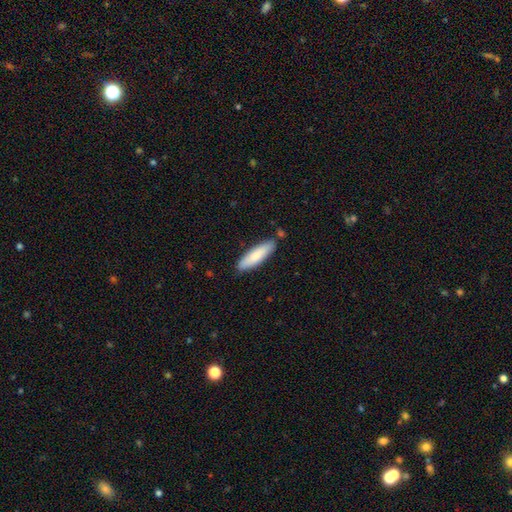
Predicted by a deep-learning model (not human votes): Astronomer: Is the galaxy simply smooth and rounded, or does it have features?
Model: smooth — 80%.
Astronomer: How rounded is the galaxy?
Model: cigar-shaped — 66%.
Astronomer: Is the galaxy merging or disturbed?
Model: none — 84%.